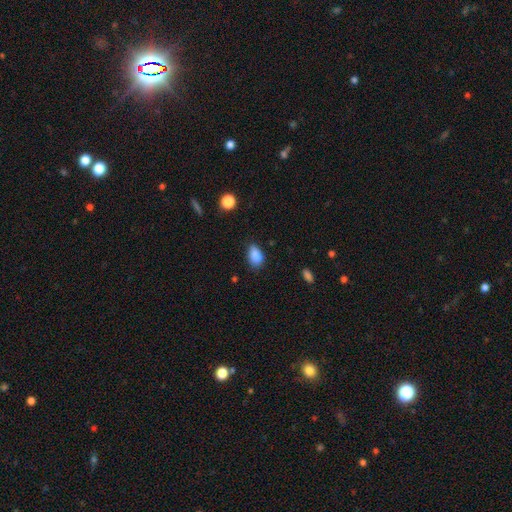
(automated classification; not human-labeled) Q: Smooth or featured?
A: smooth (86%); runner-up: star or artifact (9%)
Q: How rounded?
A: in between (86%); runner-up: round (12%)
Q: Merging?
A: none (66%); runner-up: minor disturbance (26%)